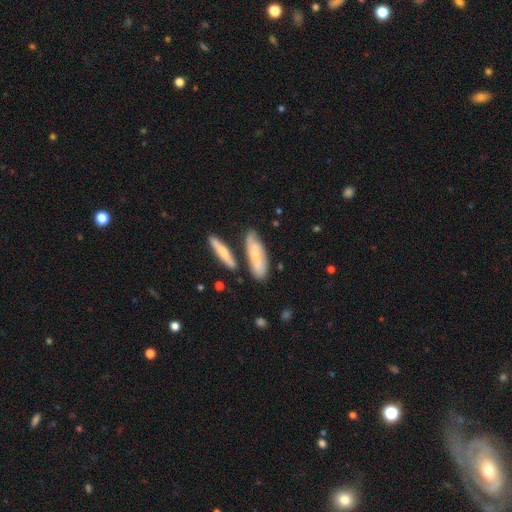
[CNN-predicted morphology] A featured or disk galaxy (62%). Merging: none (66%).